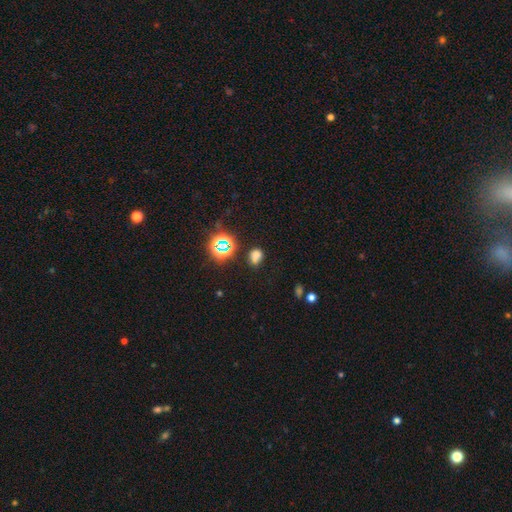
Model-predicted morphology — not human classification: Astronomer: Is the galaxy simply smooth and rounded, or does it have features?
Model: smooth — 63%.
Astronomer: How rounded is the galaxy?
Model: in between — 53% (runner-up: round, 46%).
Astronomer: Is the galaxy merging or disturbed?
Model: none — 55%.